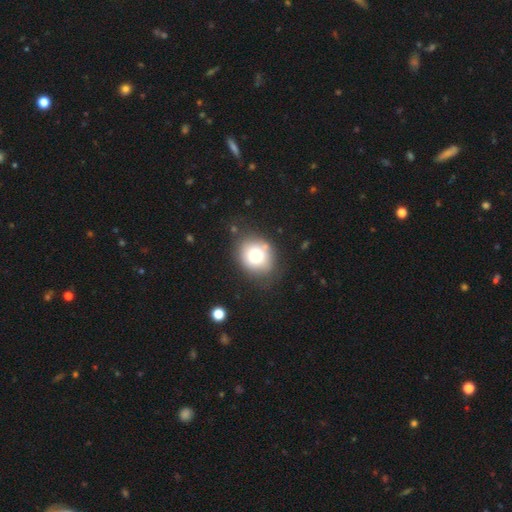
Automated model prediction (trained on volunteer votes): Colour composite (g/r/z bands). It shows a smooth galaxy with no disk features (76%) that is round (67%). Merging: none (71%).